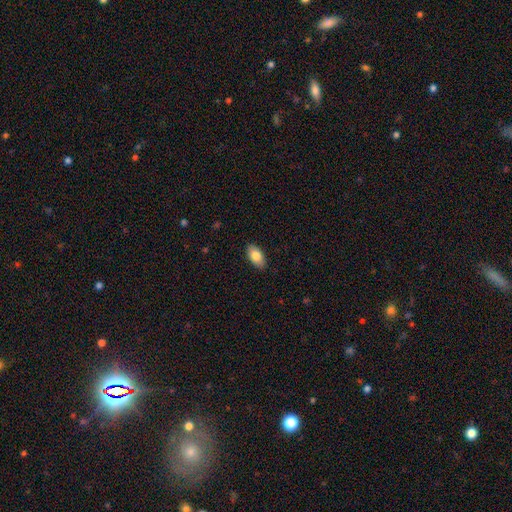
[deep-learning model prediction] This appears to be a smooth galaxy with no disk features (82%) that is in between round and cigar-shaped (94%). Merging: none (89%).